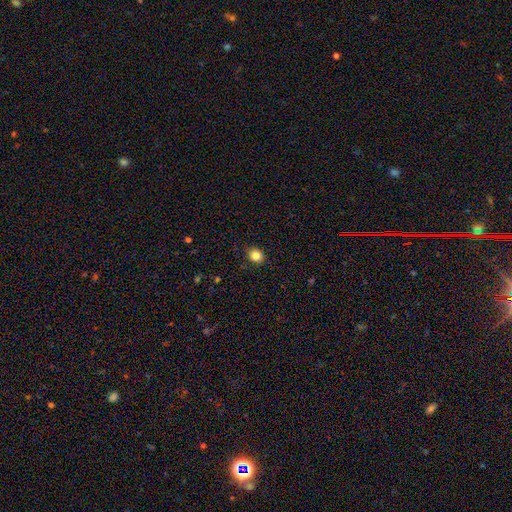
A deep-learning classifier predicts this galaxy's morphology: smooth 83%, star or artifact 11%, featured or disk 5%. Down the decision tree: how rounded — round (73%); merging — none (89%).